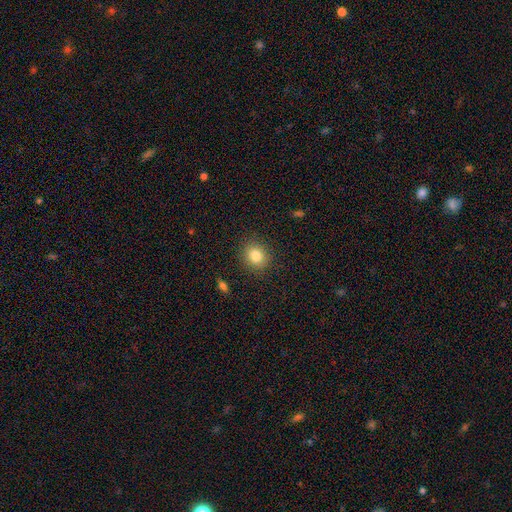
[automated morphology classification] smooth 83%, star or artifact 10%, featured or disk 7%. Down the decision tree: how rounded — round (81%); merging — none (89%).